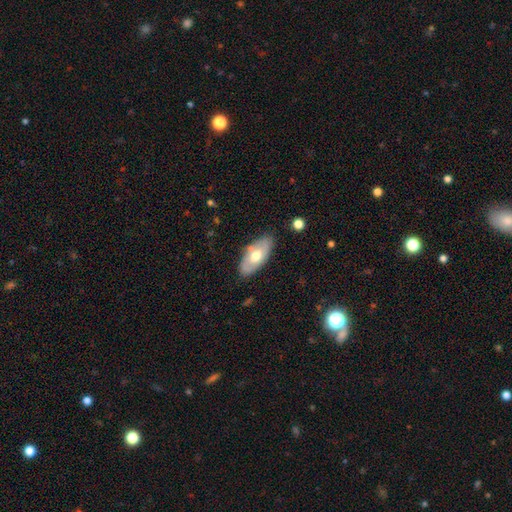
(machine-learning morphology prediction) smooth_or_featured: smooth (p=0.52) [alt: featured or disk p=0.42]
how_rounded: in between (p=0.91) [alt: cigar-shaped p=0.06]
merging: none (p=0.79) [alt: minor disturbance p=0.15]